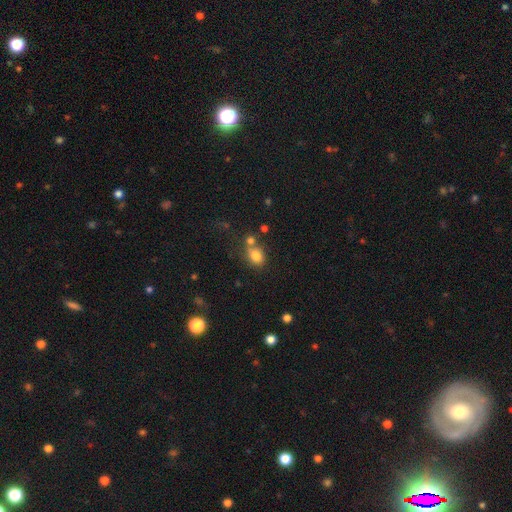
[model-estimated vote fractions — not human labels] Smooth or featured?
  - smooth: 79% *
  - star or artifact: 12%
  - featured or disk: 9%
How rounded?
  - in between: 66% *
  - round: 32%
  - cigar-shaped: 2%
Merging?
  - none: 48% *
  - merger: 32%
  - minor disturbance: 14%
  - major disturbance: 6%